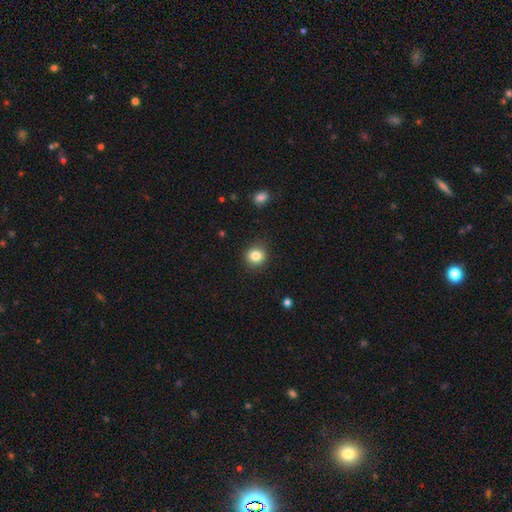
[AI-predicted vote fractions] smooth_or_featured: smooth (p=0.83) [alt: star or artifact p=0.11]
how_rounded: round (p=0.86) [alt: in between p=0.13]
merging: none (p=0.88) [alt: minor disturbance p=0.08]